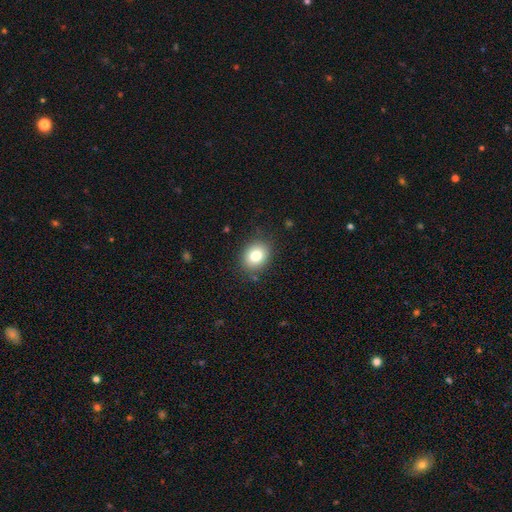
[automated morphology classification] A smooth galaxy with no disk features (80%) that is round (56%). Merging: none (87%).